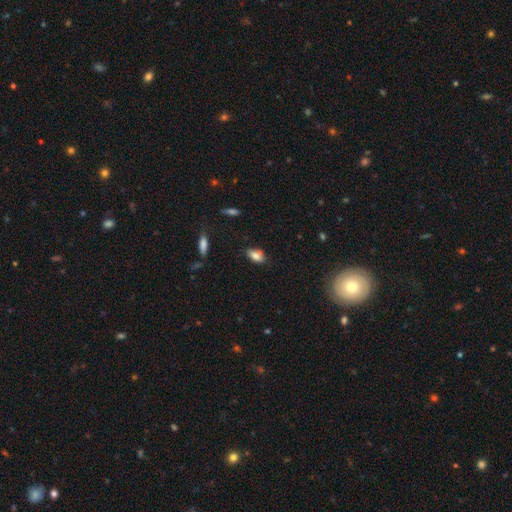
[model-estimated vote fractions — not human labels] Smooth or featured? Predicted: smooth (p=0.82). How rounded? Predicted: in between (p=0.89). Merging? Predicted: none (p=0.72).